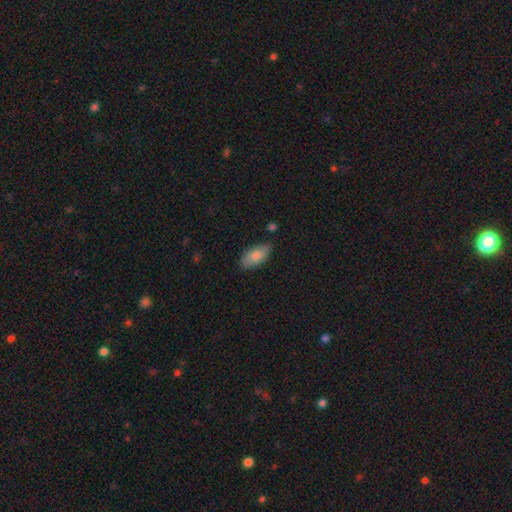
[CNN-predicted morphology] A smooth galaxy with no disk features (82%) that is in between round and cigar-shaped (91%).

Vote fractions:
- Smooth or featured? smooth: 82% / featured or disk: 12% / star or artifact: 6%
- How rounded? in between: 91% / cigar-shaped: 6% / round: 3%
- Merging? none: 77% / minor disturbance: 18% / major disturbance: 3% / merger: 3%